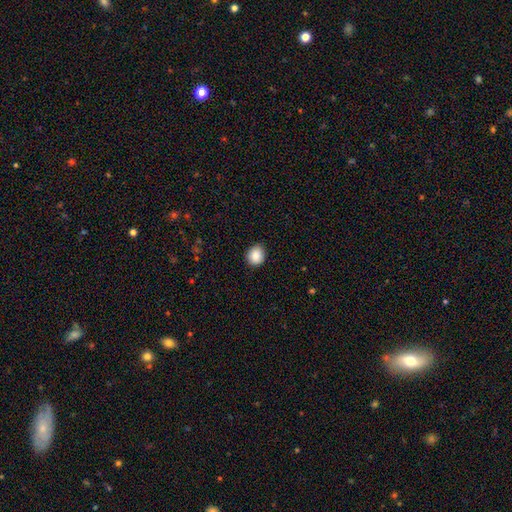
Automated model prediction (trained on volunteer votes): Q: Smooth or featured?
A: smooth (86%); runner-up: star or artifact (9%)
Q: How rounded?
A: round (75%); runner-up: in between (24%)
Q: Merging?
A: none (89%); runner-up: minor disturbance (9%)